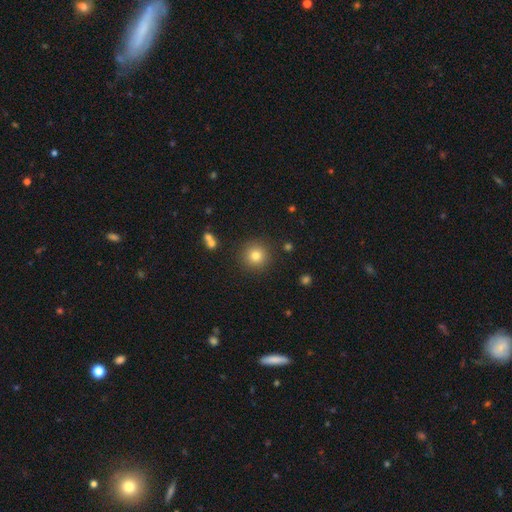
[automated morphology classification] Smooth or featured? Predicted: smooth (p=0.79). How rounded? Predicted: round (p=0.95). Merging? Predicted: none (p=0.89).